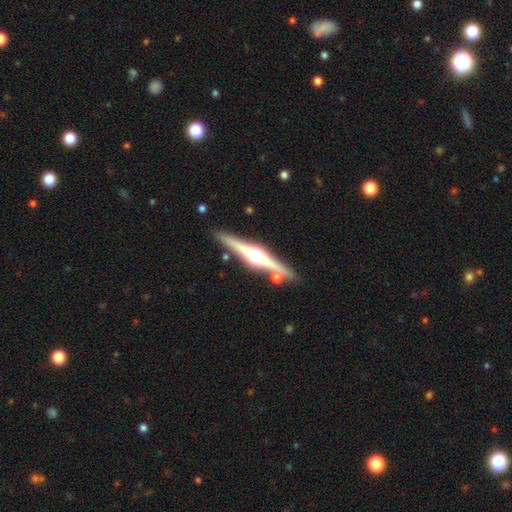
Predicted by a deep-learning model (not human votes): Smooth or featured? Predicted: featured or disk (p=0.79). Edge-on disk? Predicted: yes (p=0.98). Edge-on bulge? Predicted: rounded (p=0.94). Merging? Predicted: none (p=0.84).